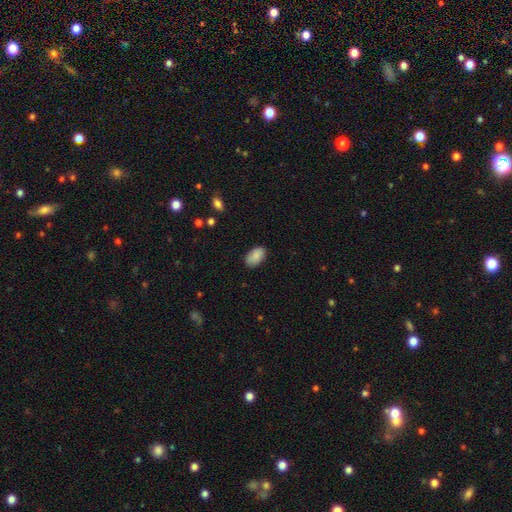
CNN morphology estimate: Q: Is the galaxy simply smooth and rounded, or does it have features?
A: smooth — 87%.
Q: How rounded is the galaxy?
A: in between — 94%.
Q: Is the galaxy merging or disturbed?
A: none — 84%.